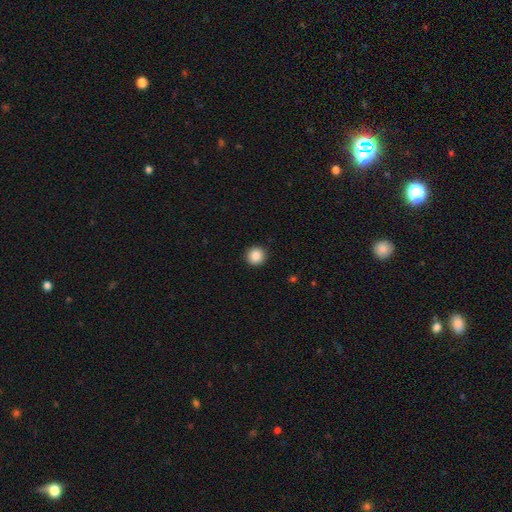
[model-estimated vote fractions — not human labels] Smooth or featured? smooth (87%)
How rounded? round (94%)
Merging? none (92%)